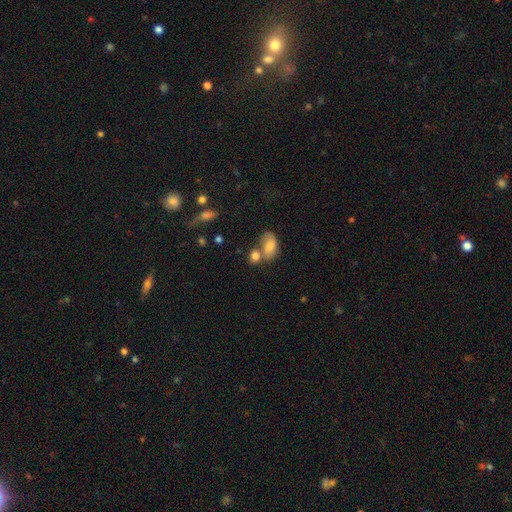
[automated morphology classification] The model was most divided on "merging" (2-way tie): none: 41%, merger: 41%, minor disturbance: 12%, major disturbance: 6%. More confident: smooth or featured — smooth (79%); how rounded — in between (64%).